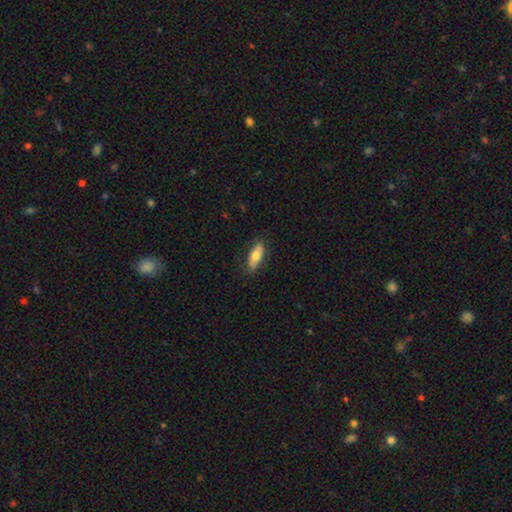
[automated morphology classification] Smooth or featured?
  - smooth: 71% *
  - featured or disk: 23%
  - star or artifact: 6%
How rounded?
  - in between: 72% *
  - cigar-shaped: 25%
  - round: 3%
Merging?
  - none: 81% *
  - minor disturbance: 14%
  - major disturbance: 3%
  - merger: 1%